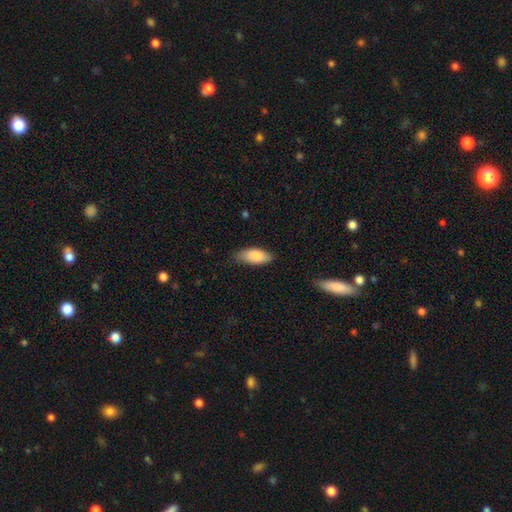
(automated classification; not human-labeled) This appears to be a smooth galaxy with no disk features (85%) that is in between round and cigar-shaped (86%). Merging: none (77%).